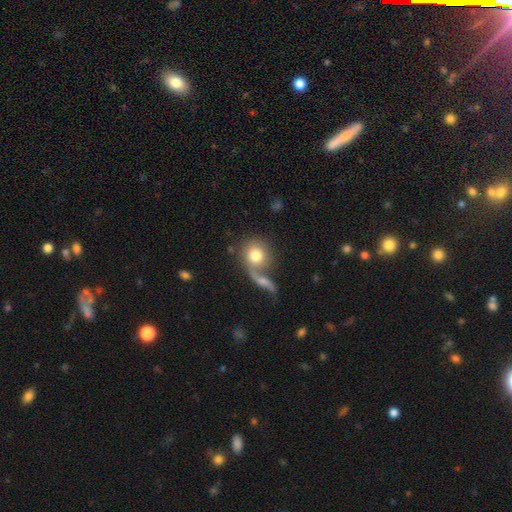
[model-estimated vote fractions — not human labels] Morphology: type=smooth (74%); roundness=round (76%); merging=merger (41%).